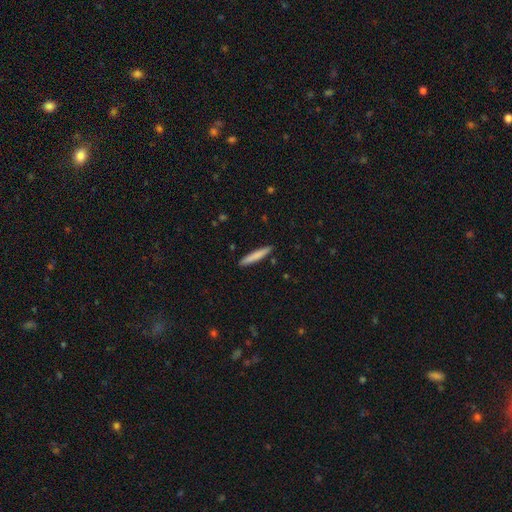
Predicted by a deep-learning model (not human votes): This appears to be a smooth galaxy with no disk features (79%) that is cigar-shaped (93%). Merging: none (90%).